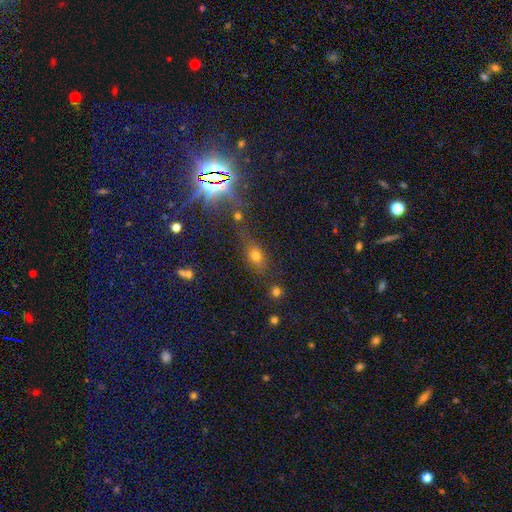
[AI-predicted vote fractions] Smooth or featured: smooth — 65% (star or artifact — 23%)
How rounded: in between — 58% (round — 36%)
Merging: none — 62% (minor disturbance — 15%)